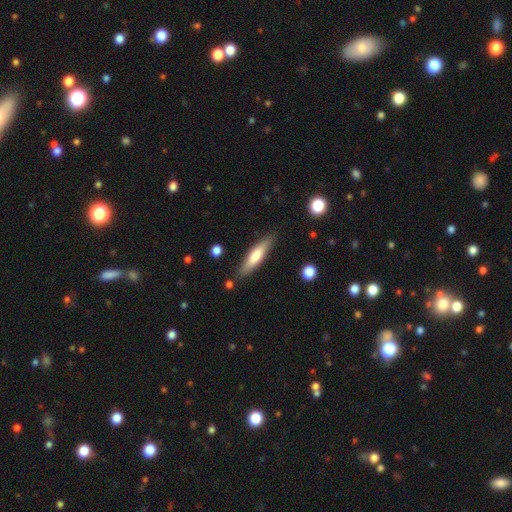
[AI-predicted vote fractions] Morphology: type=smooth (61%); roundness=cigar-shaped (80%); merging=none (84%).